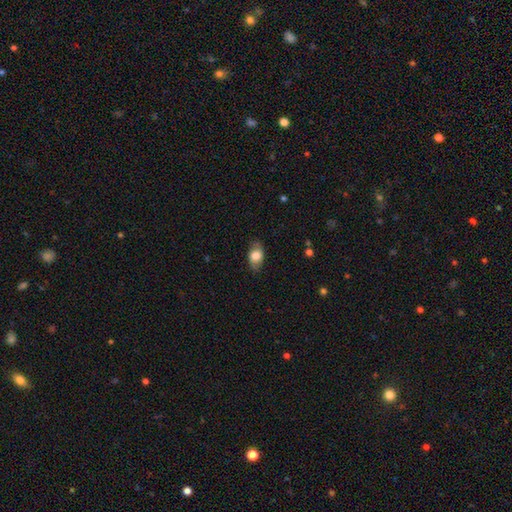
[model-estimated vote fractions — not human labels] A smooth galaxy with no disk features (74%) that is in between round and cigar-shaped (87%).

Vote fractions:
- Smooth or featured? smooth: 74% / featured or disk: 19% / star or artifact: 7%
- How rounded? in between: 87% / round: 10% / cigar-shaped: 2%
- Merging? none: 79% / minor disturbance: 16% / major disturbance: 4% / merger: 1%